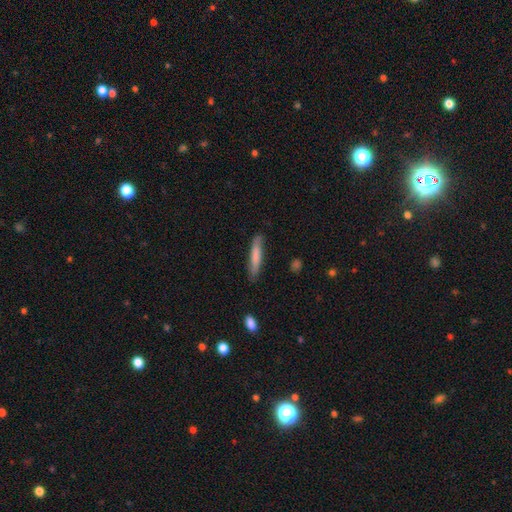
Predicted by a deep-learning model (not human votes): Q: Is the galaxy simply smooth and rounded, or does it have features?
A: smooth — 75%.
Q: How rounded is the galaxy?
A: cigar-shaped — 90%.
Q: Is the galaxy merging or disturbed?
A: none — 82%.